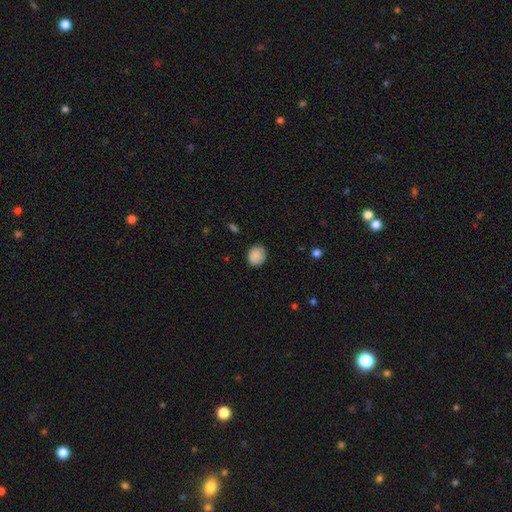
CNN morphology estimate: smooth_or_featured: smooth (p=0.89) [alt: star or artifact p=0.08]
how_rounded: round (p=0.71) [alt: in between p=0.29]
merging: none (p=0.85) [alt: minor disturbance p=0.11]